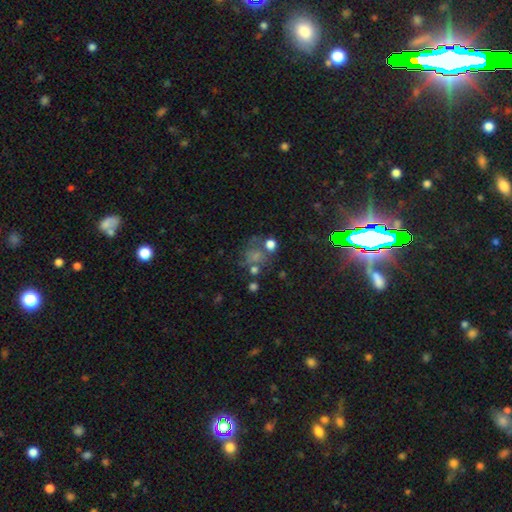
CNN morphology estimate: type=smooth (47%); merging=none (45%).